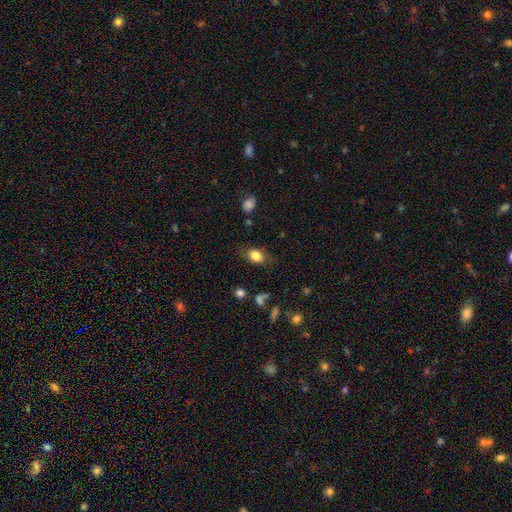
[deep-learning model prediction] Q: Smooth or featured?
A: smooth (82%); runner-up: featured or disk (9%)
Q: How rounded?
A: in between (72%); runner-up: round (26%)
Q: Merging?
A: none (74%); runner-up: minor disturbance (18%)